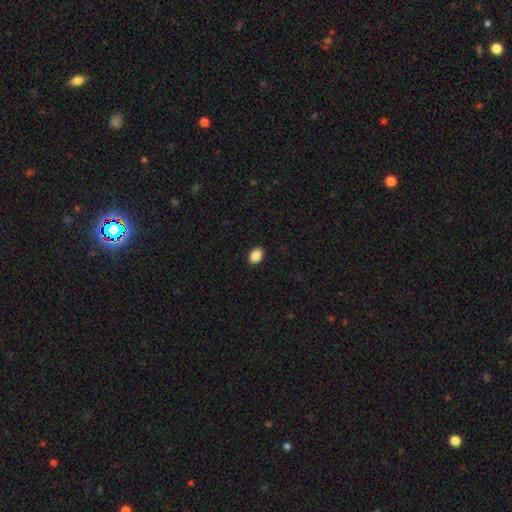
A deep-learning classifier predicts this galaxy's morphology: Smooth or featured: smooth — 89% (star or artifact — 8%)
How rounded: in between — 72% (round — 28%)
Merging: none — 90% (minor disturbance — 7%)